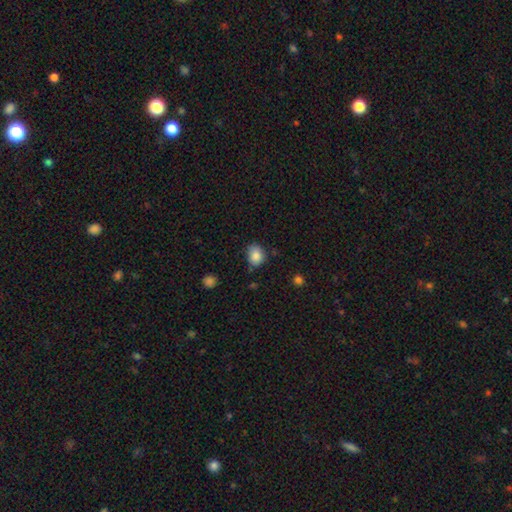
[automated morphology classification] type=smooth (85%); roundness=round (50%); merging=none (65%).